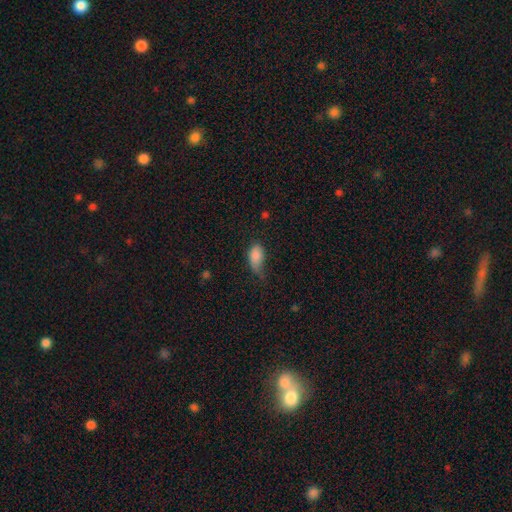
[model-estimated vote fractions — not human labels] The model was most divided on "merging": minor disturbance: 42%, none: 30%, major disturbance: 25%, merger: 3%. More confident: how rounded — in between (90%); smooth or featured — smooth (83%).